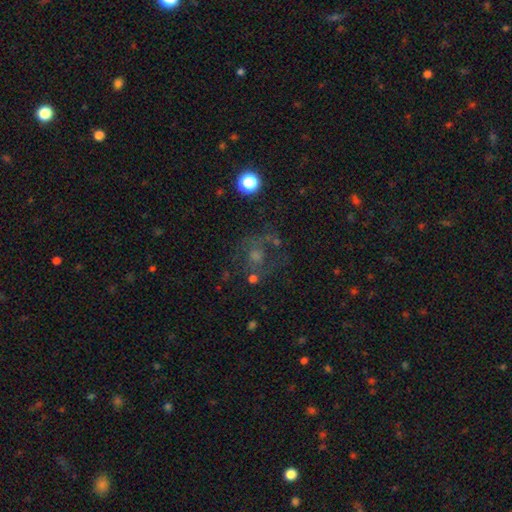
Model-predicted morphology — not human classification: smooth_or_featured: featured or disk (p=0.41) [alt: smooth p=0.33]
merging: none (p=0.57) [alt: major disturbance p=0.20]